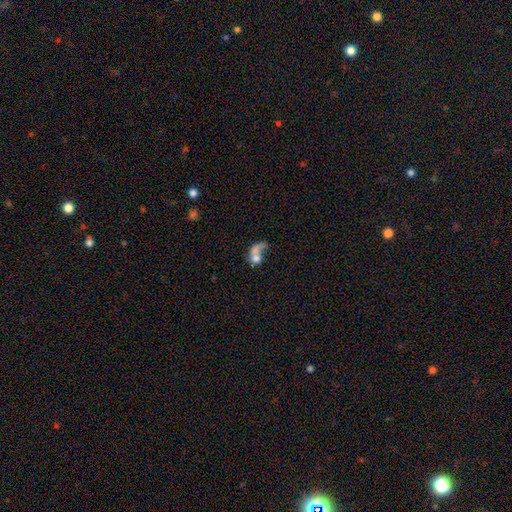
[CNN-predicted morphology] Smooth or featured? smooth (55%)
How rounded? in between (61%)
Merging? merger (47%)